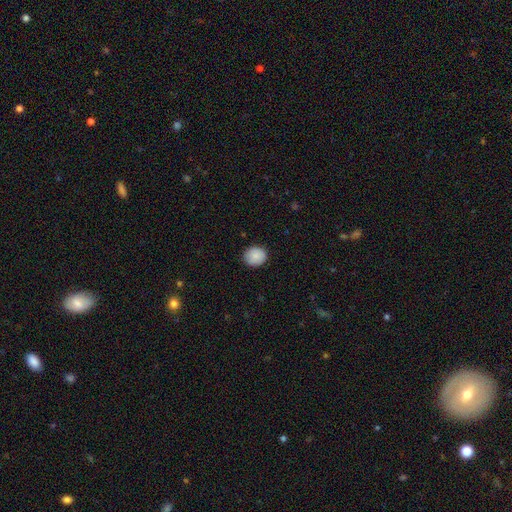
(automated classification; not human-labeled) This is clearly a smooth galaxy (87%). How rounded: likely round (79%). Merging: clearly none (87%).